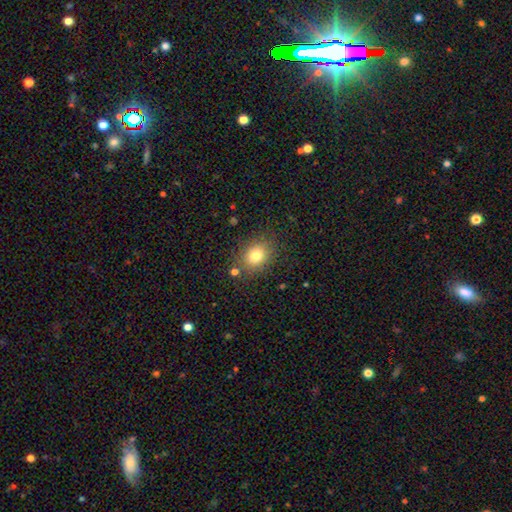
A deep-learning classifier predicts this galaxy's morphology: Smooth or featured? Predicted: smooth (p=0.77). How rounded? Predicted: round (p=0.55). Merging? Predicted: none (p=0.81).